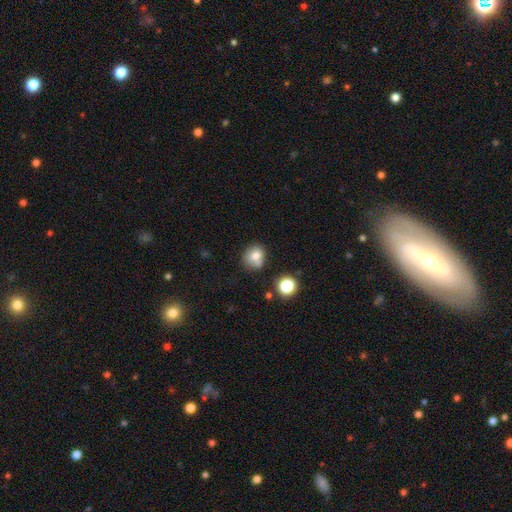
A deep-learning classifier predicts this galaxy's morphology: Q: Smooth or featured?
A: smooth (72%); runner-up: featured or disk (16%)
Q: How rounded?
A: round (69%); runner-up: in between (31%)
Q: Merging?
A: none (54%); runner-up: merger (23%)